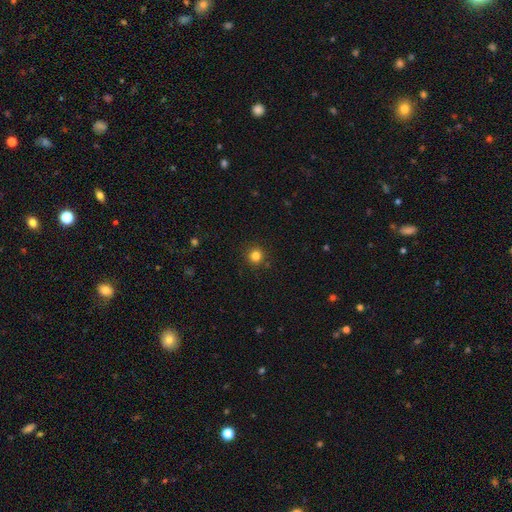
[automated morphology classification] Smooth or featured? smooth (82%)
How rounded? round (95%)
Merging? none (90%)